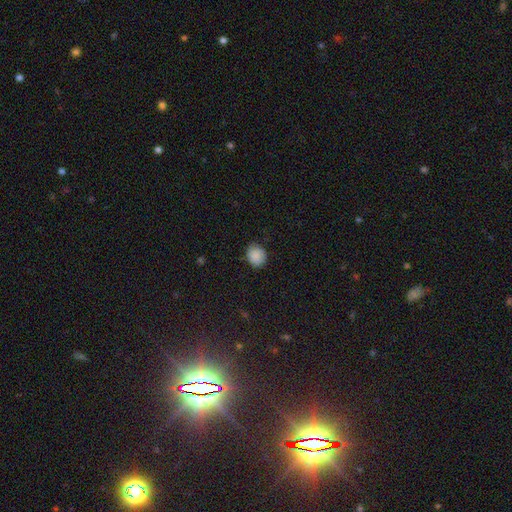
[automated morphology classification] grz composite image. It shows a smooth galaxy with no disk features (87%) that is round (69%). Merging: none (74%).